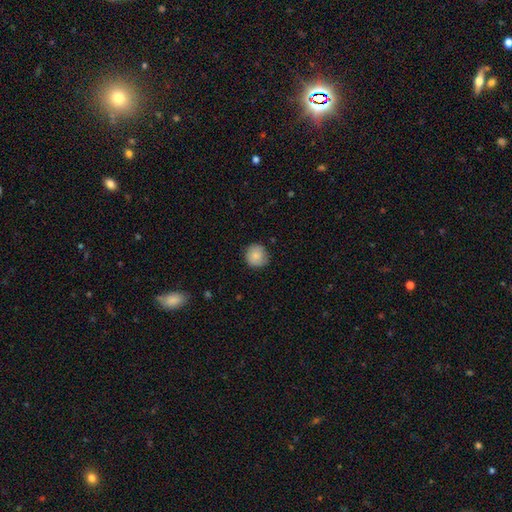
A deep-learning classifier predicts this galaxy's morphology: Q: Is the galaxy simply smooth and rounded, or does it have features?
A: smooth — 85%.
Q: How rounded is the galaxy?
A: round — 93%.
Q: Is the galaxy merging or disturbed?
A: none — 83%.